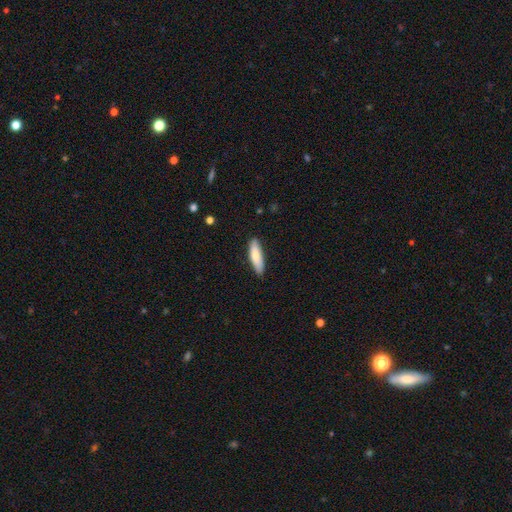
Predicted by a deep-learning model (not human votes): Overall: smooth (78%). How rounded: cigar-shaped (59%; in between 39%). Merging: none (85%).